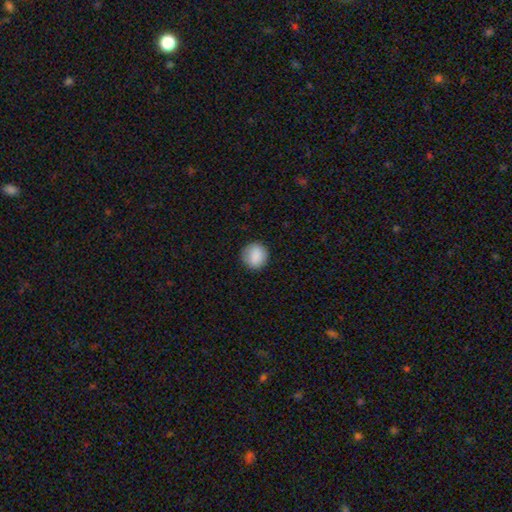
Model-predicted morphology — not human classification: Smooth or featured?
  - smooth: 88% *
  - star or artifact: 7%
  - featured or disk: 4%
How rounded?
  - round: 89% *
  - in between: 10%
  - cigar-shaped: 1%
Merging?
  - none: 87% *
  - minor disturbance: 9%
  - major disturbance: 2%
  - merger: 1%